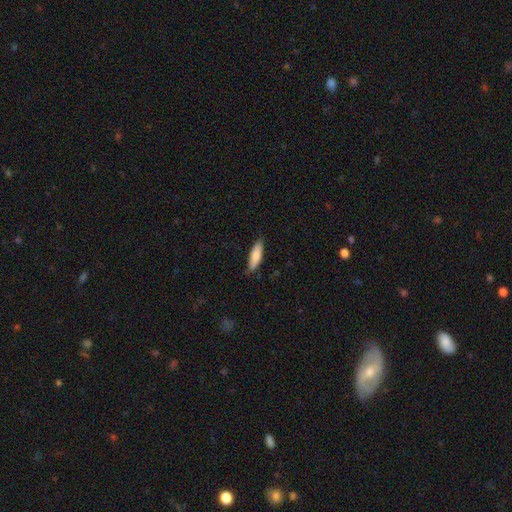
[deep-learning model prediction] smooth 83%, featured or disk 11%, star or artifact 6%. Down the decision tree: how rounded — in between (51%); merging — none (81%).